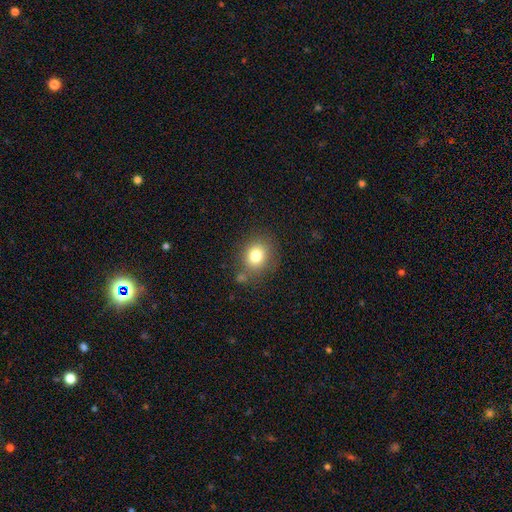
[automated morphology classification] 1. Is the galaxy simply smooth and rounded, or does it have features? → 78% smooth, 12% star or artifact, 10% featured or disk.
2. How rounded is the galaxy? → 71% round, 28% in between, 1% cigar-shaped.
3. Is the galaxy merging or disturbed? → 75% none, 14% minor disturbance, 6% merger, 5% major disturbance.